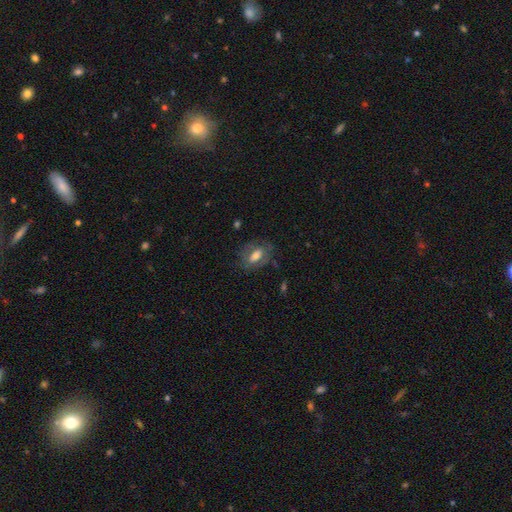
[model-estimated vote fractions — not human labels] Smooth or featured?
  - smooth: 56% *
  - featured or disk: 35%
  - star or artifact: 8%
How rounded?
  - in between: 82% *
  - round: 11%
  - cigar-shaped: 7%
Merging?
  - none: 66% *
  - minor disturbance: 21%
  - major disturbance: 12%
  - merger: 2%